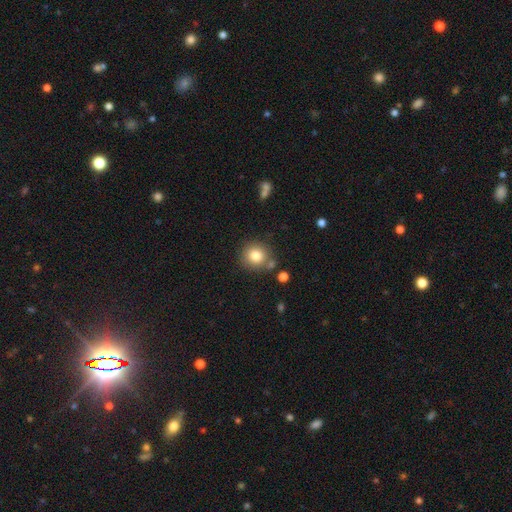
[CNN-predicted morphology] Smooth or featured? Predicted: smooth (p=0.82). How rounded? Predicted: round (p=0.90). Merging? Predicted: none (p=0.77).